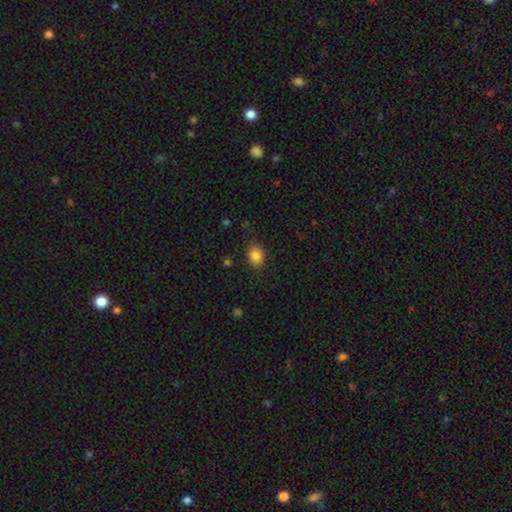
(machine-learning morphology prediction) A smooth galaxy with no disk features (85%) that is in between round and cigar-shaped (61%). Merging: none (85%).